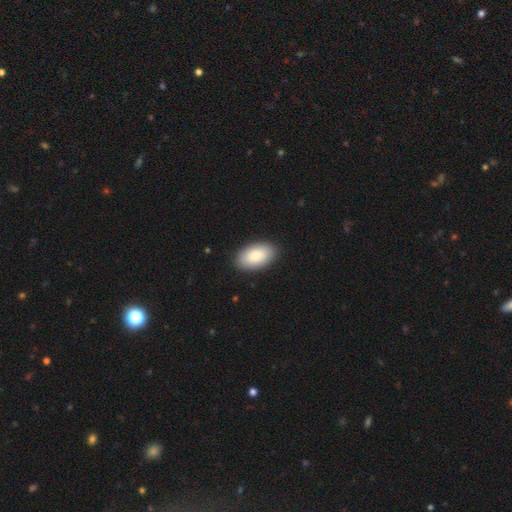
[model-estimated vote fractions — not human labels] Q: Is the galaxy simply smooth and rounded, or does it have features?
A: smooth — 89%.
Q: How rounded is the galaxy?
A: in between — 95%.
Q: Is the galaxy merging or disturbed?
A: none — 89%.